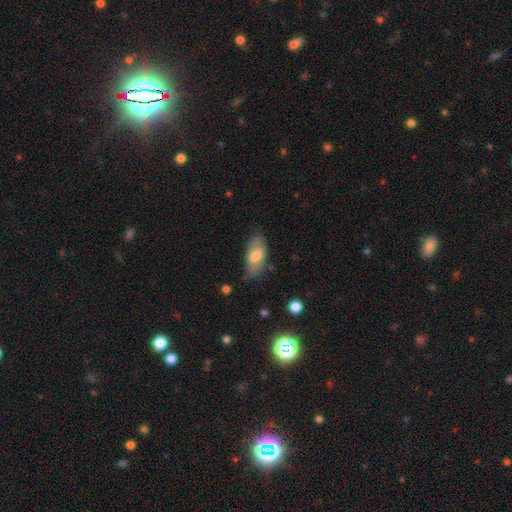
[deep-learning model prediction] Smooth or featured? Predicted: smooth (p=0.66). How rounded? Predicted: in between (p=0.89). Merging? Predicted: none (p=0.73).